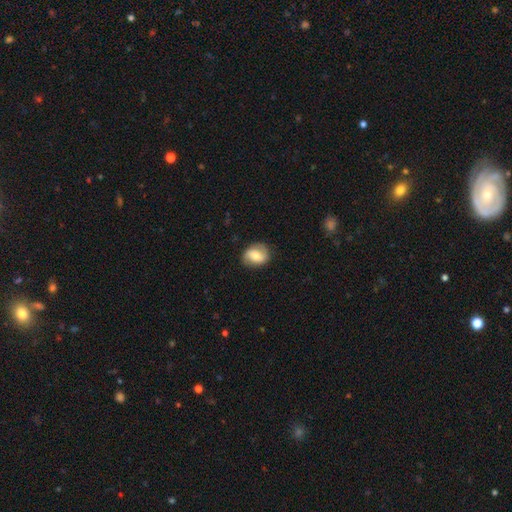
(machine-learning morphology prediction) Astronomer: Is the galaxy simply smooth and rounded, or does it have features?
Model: smooth — 58% (runner-up: featured or disk, 34%).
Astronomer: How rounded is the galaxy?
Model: in between — 51% (runner-up: round, 47%).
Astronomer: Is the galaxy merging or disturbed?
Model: none — 81%.